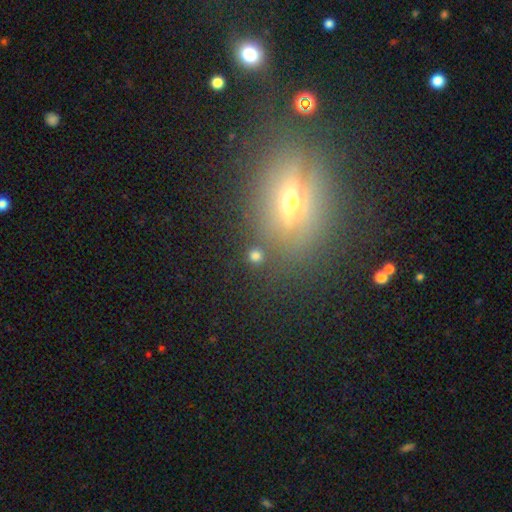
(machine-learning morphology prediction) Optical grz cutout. It shows a smooth galaxy with no disk features (72%) that is round (90%). Merging: none (84%).